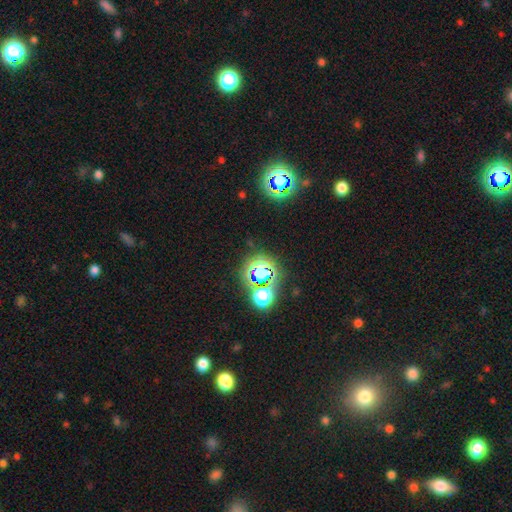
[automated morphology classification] type=star or artifact (78%).